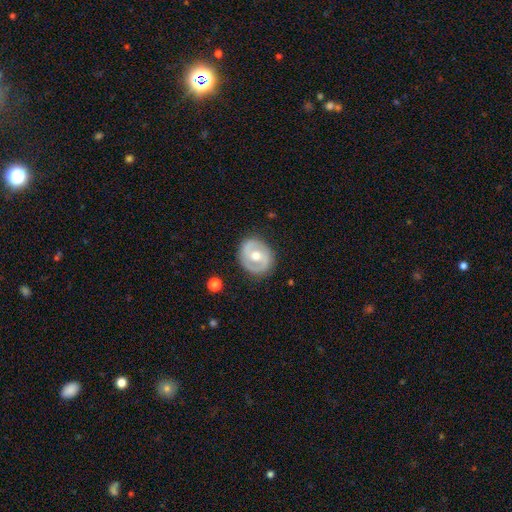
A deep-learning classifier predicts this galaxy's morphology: type=featured or disk (70%); edge-on=no (97%); bar=no (47%); spiral arms=yes (66%); bulge=moderate (76%); merging=none (84%).